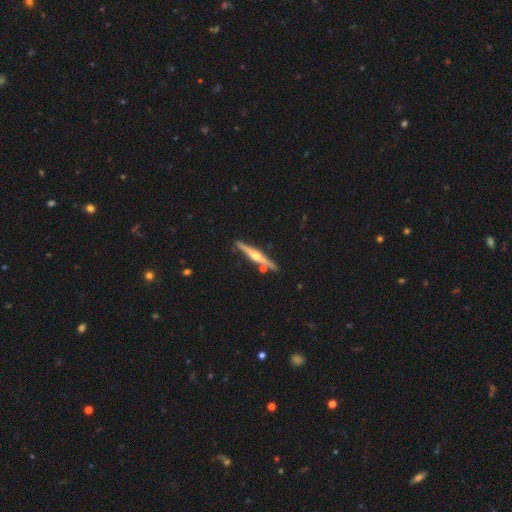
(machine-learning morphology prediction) smooth-or-featured: featured or disk: 77% | smooth: 18% | star or artifact: 5%
  disk-edge-on: yes: 98% | no: 2%
    edge-on-bulge: rounded: 92% | none: 4% | boxy: 4%
  merging: none: 85% | minor disturbance: 8% | merger: 5% | major disturbance: 2%